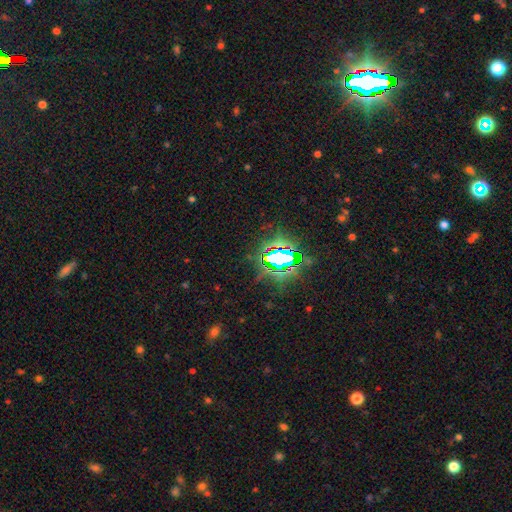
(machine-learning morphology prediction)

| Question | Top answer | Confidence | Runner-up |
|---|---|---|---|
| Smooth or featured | star or artifact | 83% | smooth (9%) |